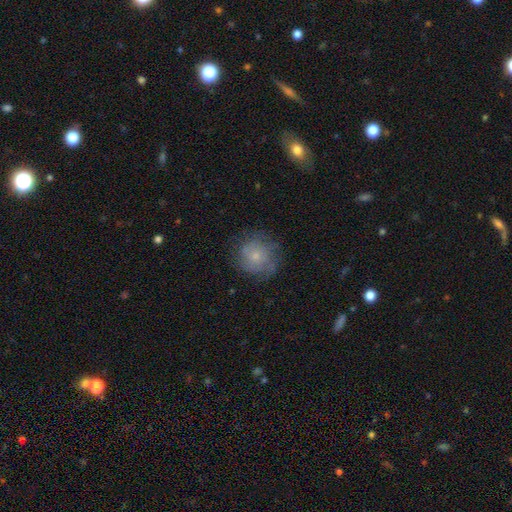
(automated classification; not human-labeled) Morphology: type=smooth (53%); roundness=round (89%); merging=none (72%).